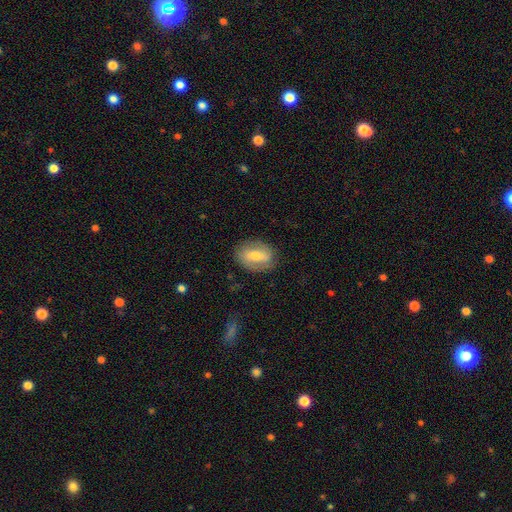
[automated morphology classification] type=smooth (47%); merging=none (77%).